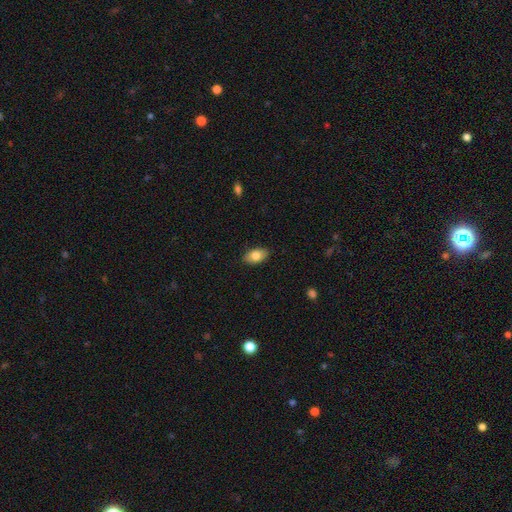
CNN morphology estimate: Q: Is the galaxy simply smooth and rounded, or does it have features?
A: smooth — 82%.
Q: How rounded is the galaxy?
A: in between — 92%.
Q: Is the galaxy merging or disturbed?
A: none — 88%.